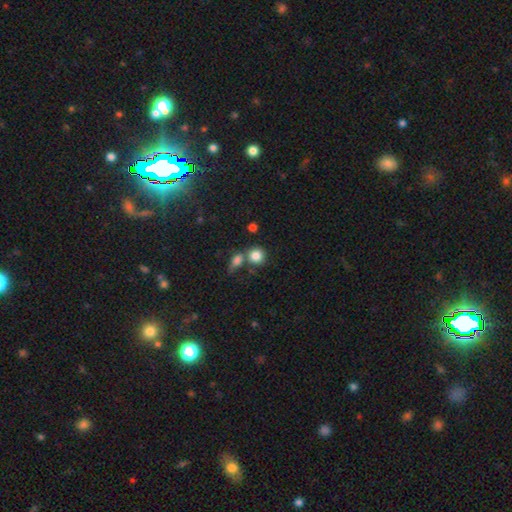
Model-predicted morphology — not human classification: Smooth or featured? Predicted: smooth (p=0.83). How rounded? Predicted: round (p=0.86). Merging? Predicted: none (p=0.56).